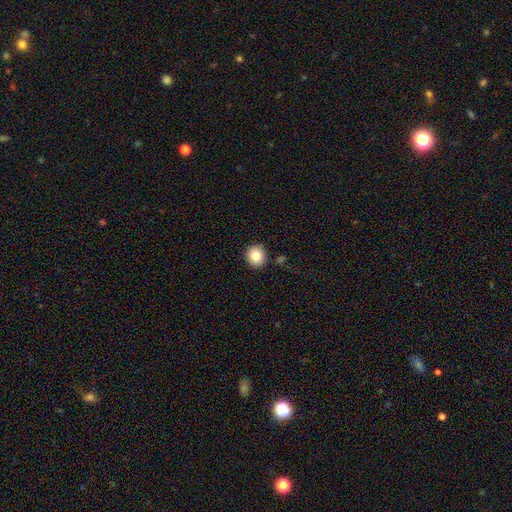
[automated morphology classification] Smooth or featured? Predicted: smooth (p=0.83). How rounded? Predicted: round (p=0.91). Merging? Predicted: none (p=0.87).